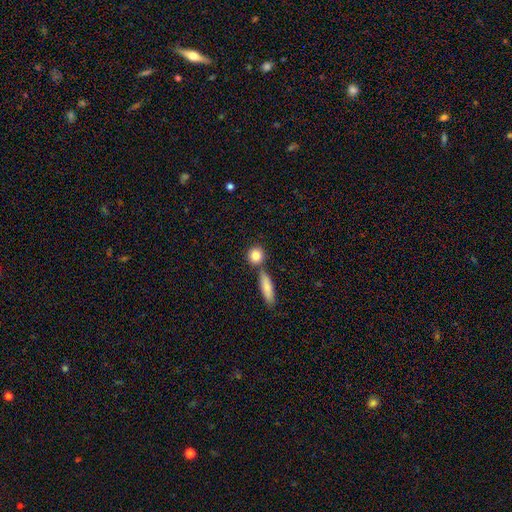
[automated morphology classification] smooth-or-featured: smooth: 83% | featured or disk: 9% | star or artifact: 8%
  how-rounded: round: 80% | in between: 15% | cigar-shaped: 5%
  merging: none: 70% | merger: 19% | minor disturbance: 8% | major disturbance: 3%